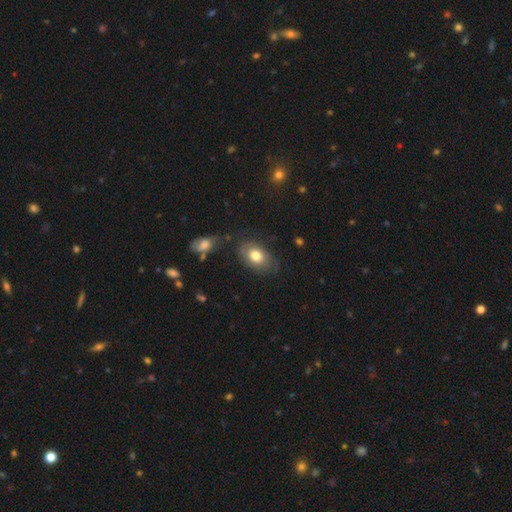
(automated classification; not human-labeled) smooth-or-featured: smooth: 70% | featured or disk: 22% | star or artifact: 8%
  how-rounded: in between: 84% | round: 15% | cigar-shaped: 1%
  merging: none: 70% | minor disturbance: 20% | major disturbance: 7% | merger: 3%